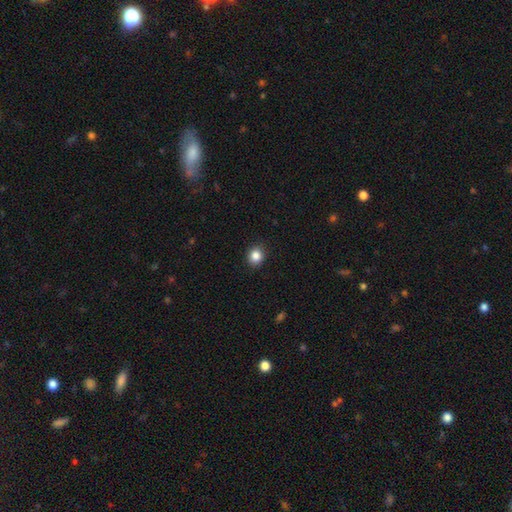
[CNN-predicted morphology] Q: Smooth or featured?
A: smooth (86%); runner-up: star or artifact (10%)
Q: How rounded?
A: round (79%); runner-up: in between (20%)
Q: Merging?
A: none (91%); runner-up: minor disturbance (6%)